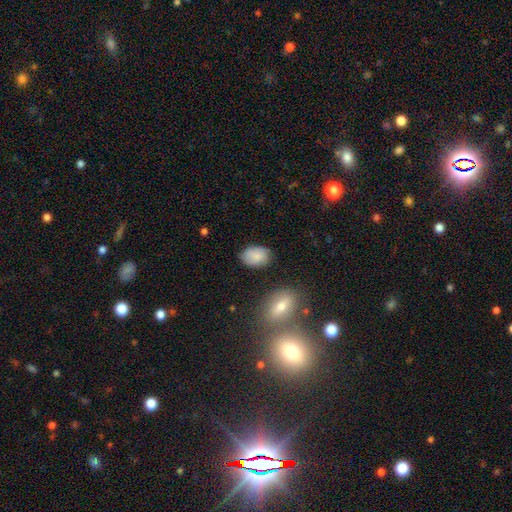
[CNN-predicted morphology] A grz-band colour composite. It shows a smooth galaxy with no disk features (83%) that is in between round and cigar-shaped (83%). Merging: none (77%).